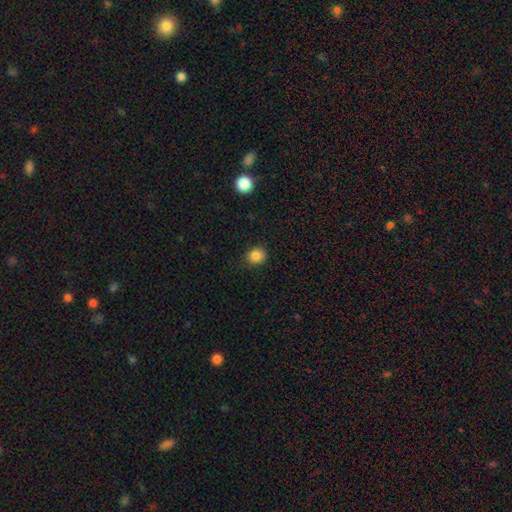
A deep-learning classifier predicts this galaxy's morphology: Q: Smooth or featured?
A: smooth (84%); runner-up: star or artifact (11%)
Q: How rounded?
A: round (78%); runner-up: in between (21%)
Q: Merging?
A: none (87%); runner-up: minor disturbance (9%)